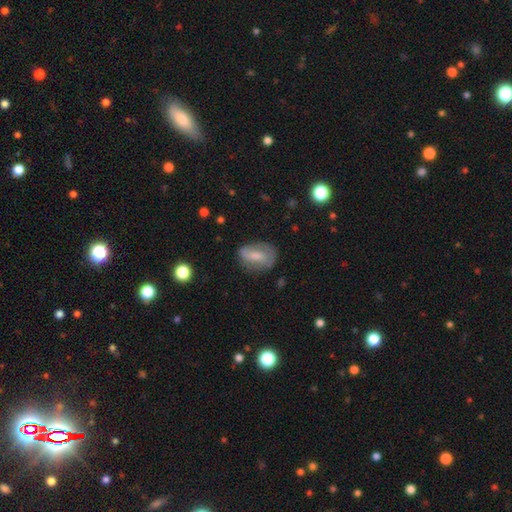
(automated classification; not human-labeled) Smooth or featured?
  - smooth: 59% *
  - featured or disk: 33%
  - star or artifact: 8%
How rounded?
  - in between: 82% *
  - round: 14%
  - cigar-shaped: 4%
Merging?
  - none: 62% *
  - minor disturbance: 26%
  - major disturbance: 11%
  - merger: 2%